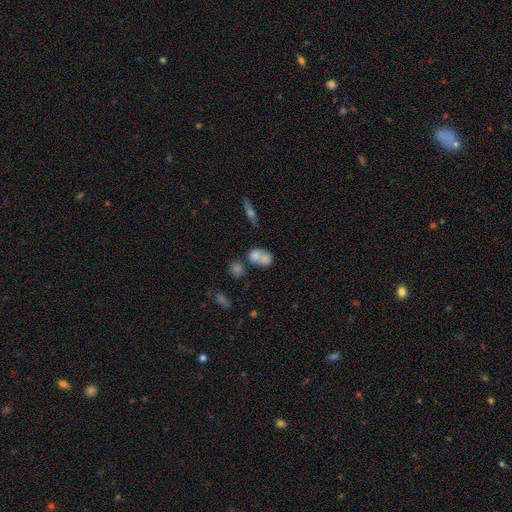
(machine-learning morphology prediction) smooth 71%, featured or disk 18%, star or artifact 11%. Down the decision tree: how rounded — in between (58%); merging — merger (56%).